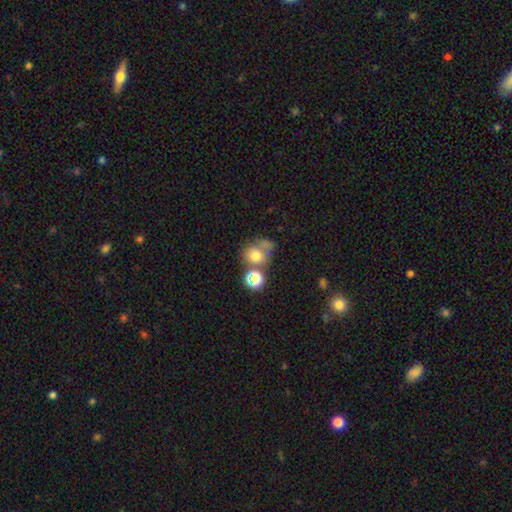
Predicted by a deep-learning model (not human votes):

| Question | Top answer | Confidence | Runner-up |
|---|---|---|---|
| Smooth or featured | smooth | 68% | star or artifact (17%) |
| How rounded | round | 72% | in between (27%) |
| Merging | none | 43% | merger (36%) |